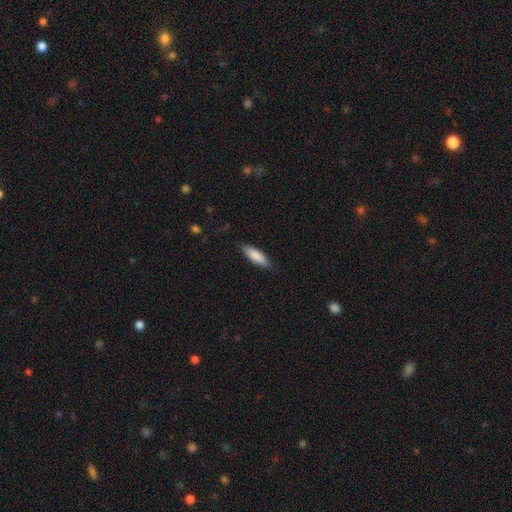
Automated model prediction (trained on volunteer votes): smooth 84%, featured or disk 10%, star or artifact 5%. Down the decision tree: how rounded — cigar-shaped (55%); merging — none (83%).